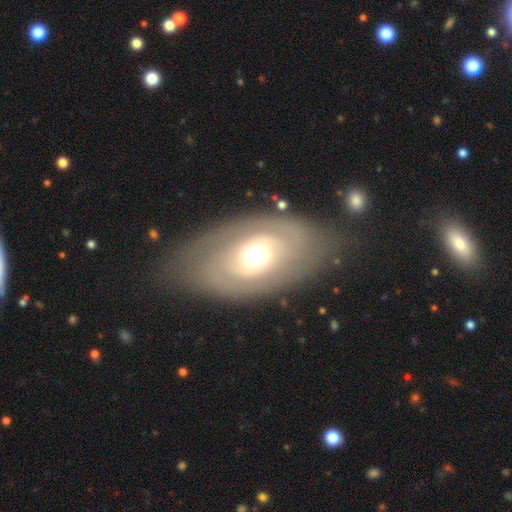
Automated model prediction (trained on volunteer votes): Smooth or featured? Predicted: featured or disk (p=0.53). Edge-on disk? Predicted: no (p=0.89). Merging? Predicted: none (p=0.75).